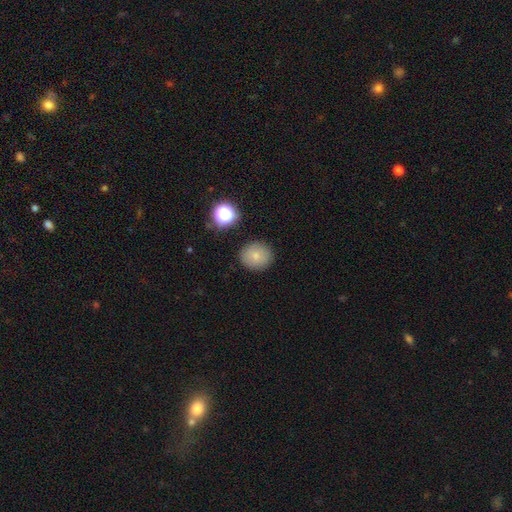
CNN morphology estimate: A smooth galaxy with no disk features (79%) that is round (82%). Merging: none (87%).